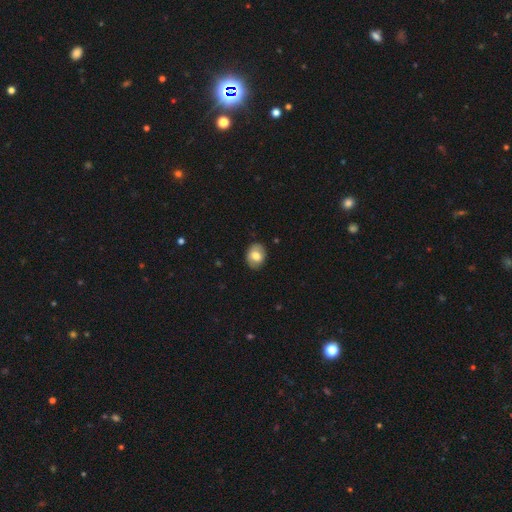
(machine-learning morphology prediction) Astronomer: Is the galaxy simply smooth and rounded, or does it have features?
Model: smooth — 74%.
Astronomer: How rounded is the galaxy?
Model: in between — 60% (runner-up: round, 39%).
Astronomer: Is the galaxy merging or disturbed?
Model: none — 83%.